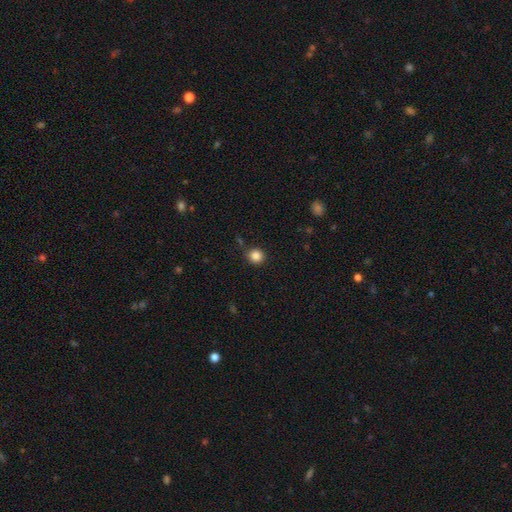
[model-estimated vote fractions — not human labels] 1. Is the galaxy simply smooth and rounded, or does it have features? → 85% smooth, 11% star or artifact, 4% featured or disk.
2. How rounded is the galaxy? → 90% round, 9% in between, 1% cigar-shaped.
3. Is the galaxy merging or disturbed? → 86% none, 9% minor disturbance, 3% merger, 3% major disturbance.